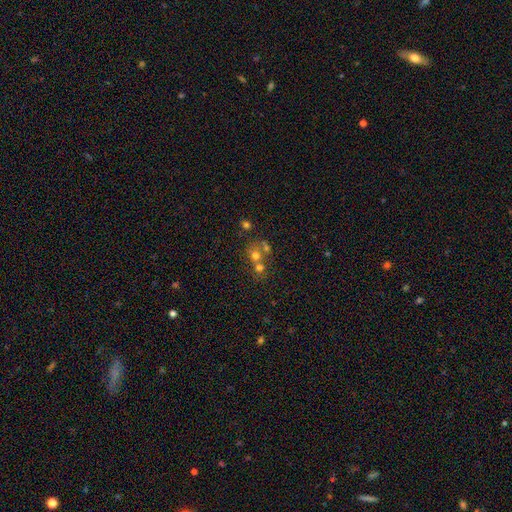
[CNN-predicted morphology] Smooth or featured? smooth (60%)
How rounded? round (76%)
Merging? merger (54%)